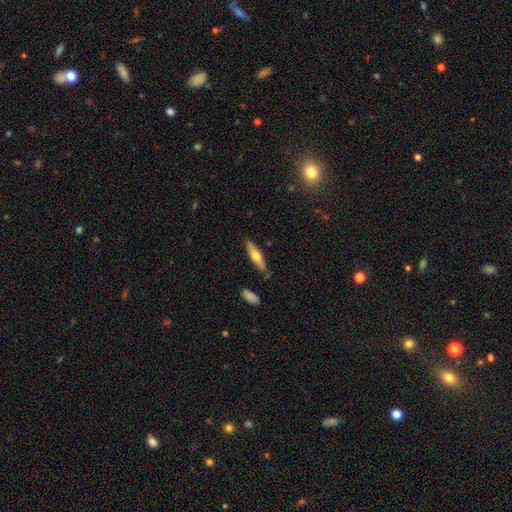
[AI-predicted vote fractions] smooth-or-featured: smooth: 55% | featured or disk: 39% | star or artifact: 6%
  how-rounded: cigar-shaped: 63% | in between: 35% | round: 2%
  merging: none: 82% | minor disturbance: 13% | merger: 3% | major disturbance: 2%